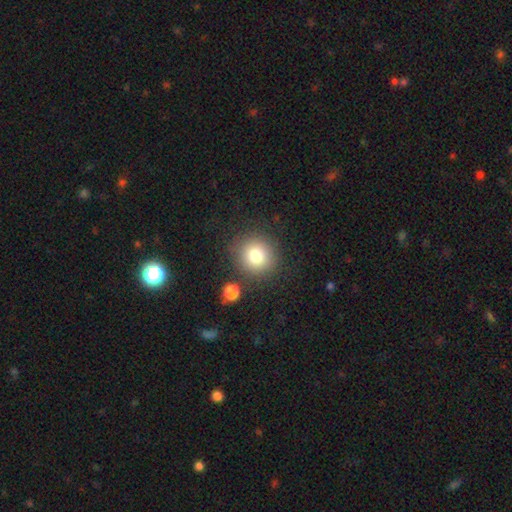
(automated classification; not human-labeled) smooth_or_featured: smooth (p=0.80) [alt: star or artifact p=0.11]
how_rounded: round (p=0.91) [alt: in between p=0.08]
merging: none (p=0.80) [alt: minor disturbance p=0.09]